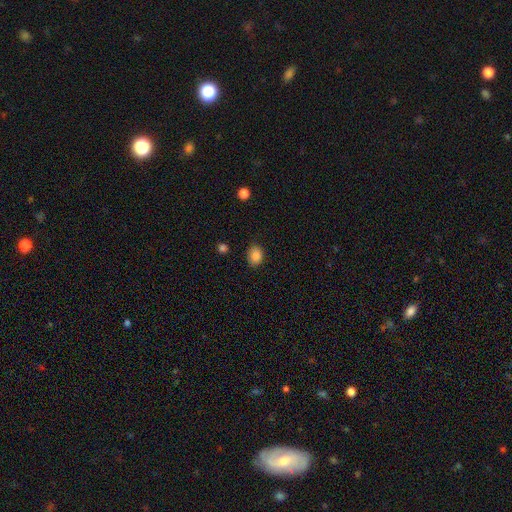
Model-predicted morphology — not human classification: Overall: smooth (86%). How rounded: in between (57%; round 42%). Merging: none (84%).